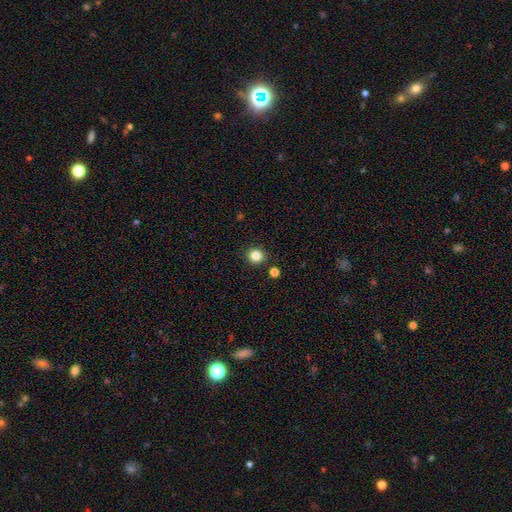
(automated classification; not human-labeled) A smooth galaxy with no disk features (83%) that is round (86%).

Vote fractions:
- Smooth or featured? smooth: 83% / star or artifact: 12% / featured or disk: 5%
- How rounded? round: 86% / in between: 13% / cigar-shaped: 1%
- Merging? none: 89% / minor disturbance: 6% / merger: 3% / major disturbance: 2%